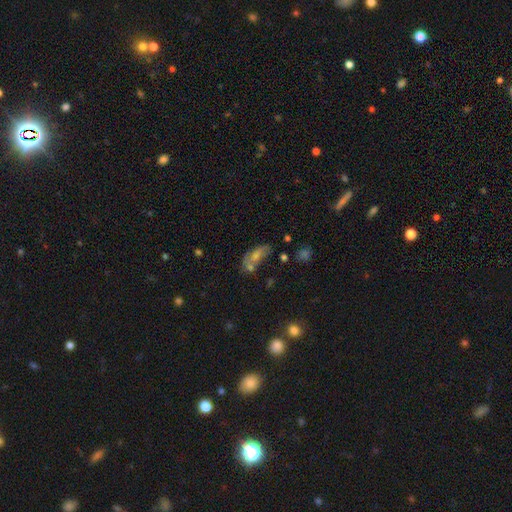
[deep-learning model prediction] The model was most divided on "merging": none: 40%, merger: 26%, minor disturbance: 21%, major disturbance: 13%. More confident: how rounded — in between (74%); smooth or featured — smooth (53%).